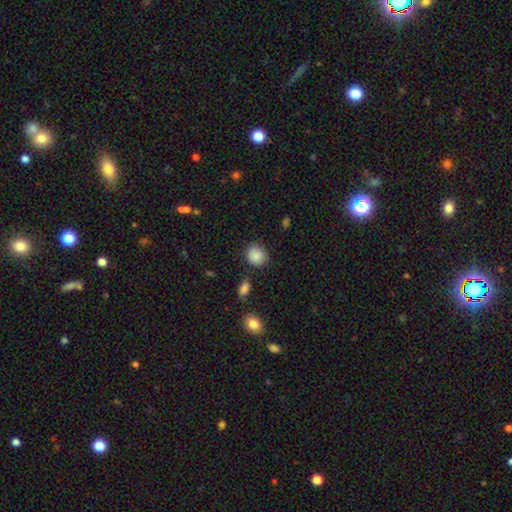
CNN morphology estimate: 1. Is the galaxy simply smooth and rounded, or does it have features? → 88% smooth, 8% star or artifact, 4% featured or disk.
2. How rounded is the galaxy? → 69% round, 30% in between, 1% cigar-shaped.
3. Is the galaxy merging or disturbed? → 80% none, 14% minor disturbance, 3% major disturbance, 3% merger.